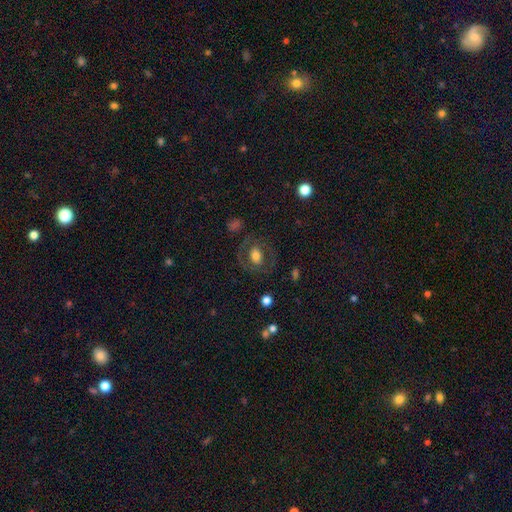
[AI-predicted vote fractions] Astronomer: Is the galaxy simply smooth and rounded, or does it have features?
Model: smooth — 51% (runner-up: featured or disk, 41%).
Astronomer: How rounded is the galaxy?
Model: in between — 49%, tied with round at 49%.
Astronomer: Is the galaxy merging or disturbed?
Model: none — 75%.